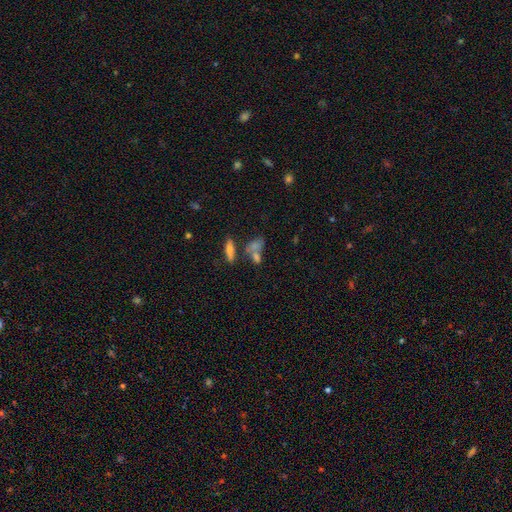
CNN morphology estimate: smooth_or_featured: smooth (p=0.57) [alt: featured or disk p=0.24]
how_rounded: in between (p=0.61) [alt: cigar-shaped p=0.22]
merging: none (p=0.41) [alt: merger p=0.40]